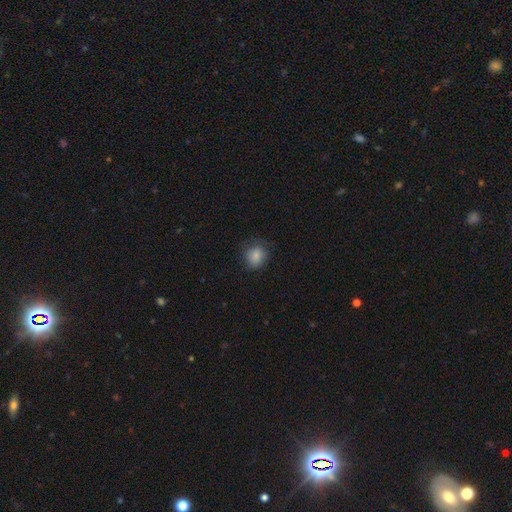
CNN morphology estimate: Smooth or featured? Predicted: smooth (p=0.82). How rounded? Predicted: round (p=0.76). Merging? Predicted: none (p=0.68).